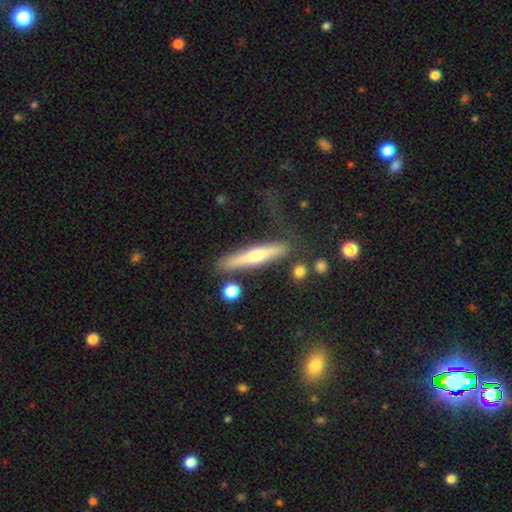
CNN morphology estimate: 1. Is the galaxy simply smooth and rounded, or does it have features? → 56% featured or disk, 38% smooth, 6% star or artifact.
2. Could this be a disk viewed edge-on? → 93% yes, 7% no.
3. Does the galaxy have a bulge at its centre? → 88% rounded, 9% none, 3% boxy.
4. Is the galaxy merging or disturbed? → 77% none, 14% minor disturbance, 5% major disturbance, 4% merger.